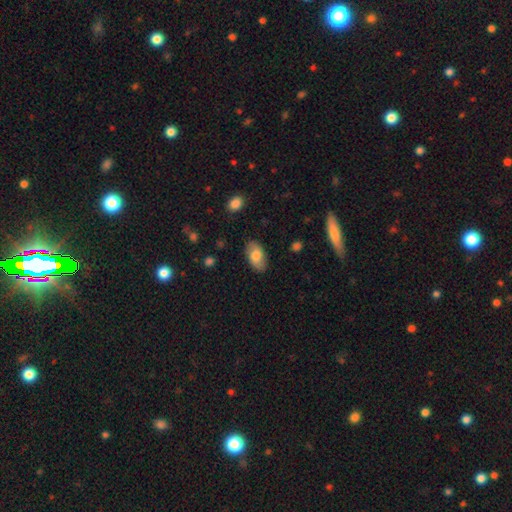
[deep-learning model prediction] smooth-or-featured: smooth: 74% | featured or disk: 20% | star or artifact: 7%
  how-rounded: in between: 94% | round: 4% | cigar-shaped: 2%
  merging: none: 84% | minor disturbance: 12% | major disturbance: 3% | merger: 1%